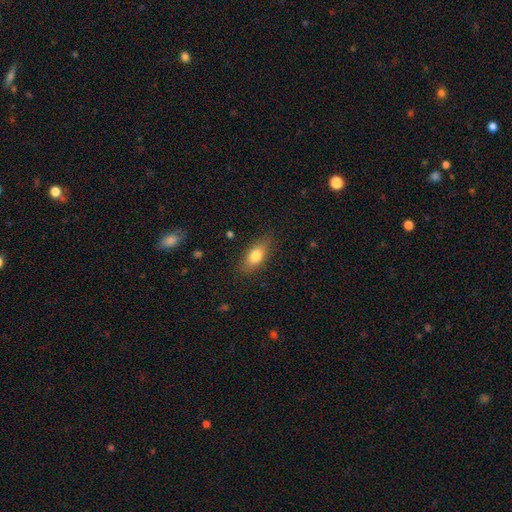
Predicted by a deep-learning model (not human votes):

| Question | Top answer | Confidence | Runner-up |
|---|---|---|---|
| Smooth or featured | smooth | 77% | featured or disk (15%) |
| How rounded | in between | 84% | cigar-shaped (10%) |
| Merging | none | 84% | minor disturbance (12%) |